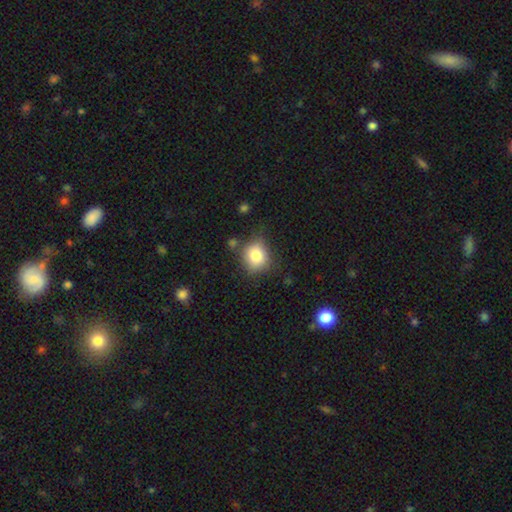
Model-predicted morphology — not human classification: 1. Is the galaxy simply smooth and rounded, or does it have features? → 81% smooth, 10% star or artifact, 9% featured or disk.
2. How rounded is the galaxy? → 74% round, 25% in between, 1% cigar-shaped.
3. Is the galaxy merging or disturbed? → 70% none, 19% minor disturbance, 6% merger, 5% major disturbance.